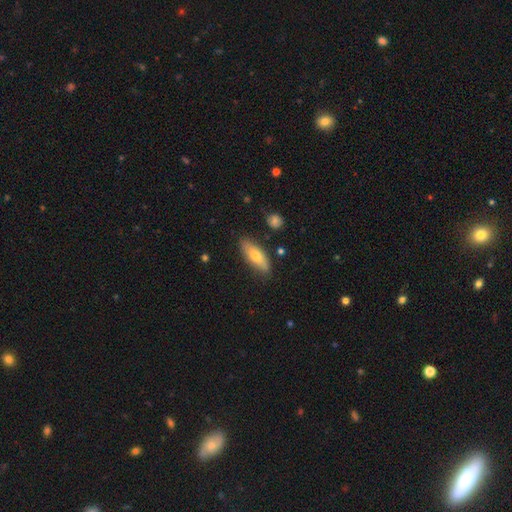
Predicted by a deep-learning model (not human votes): Smooth or featured?
  - smooth: 68% *
  - featured or disk: 25%
  - star or artifact: 6%
How rounded?
  - in between: 65% *
  - cigar-shaped: 33%
  - round: 3%
Merging?
  - none: 82% *
  - minor disturbance: 13%
  - major disturbance: 2%
  - merger: 2%